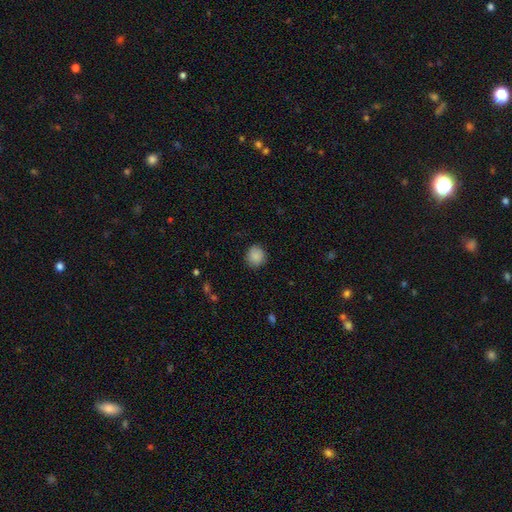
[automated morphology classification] Smooth or featured? smooth (88%)
How rounded? round (87%)
Merging? none (88%)